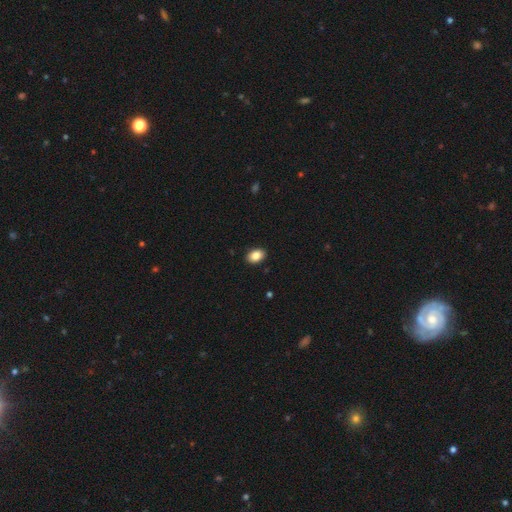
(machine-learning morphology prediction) Smooth or featured?
  - smooth: 86% *
  - star or artifact: 8%
  - featured or disk: 6%
How rounded?
  - in between: 84% *
  - round: 15%
  - cigar-shaped: 1%
Merging?
  - none: 90% *
  - minor disturbance: 7%
  - major disturbance: 2%
  - merger: 1%